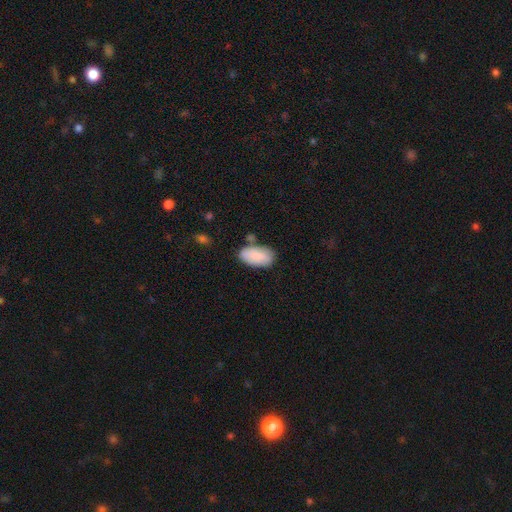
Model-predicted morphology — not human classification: A smooth galaxy with no disk features (82%) that is in between round and cigar-shaped (94%). Merging: none (65%).